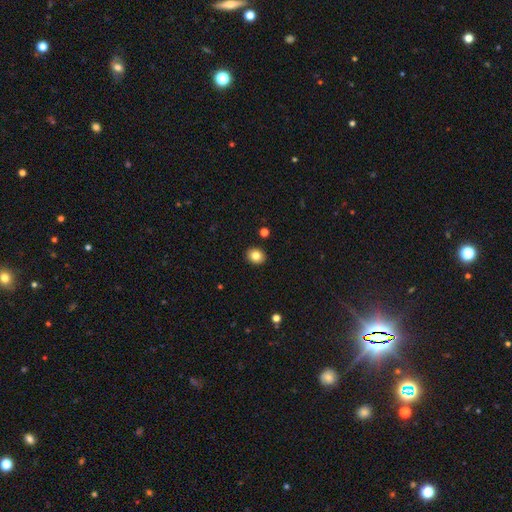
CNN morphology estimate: Q: Smooth or featured?
A: smooth (83%); runner-up: star or artifact (10%)
Q: How rounded?
A: round (67%); runner-up: in between (32%)
Q: Merging?
A: none (91%); runner-up: minor disturbance (6%)